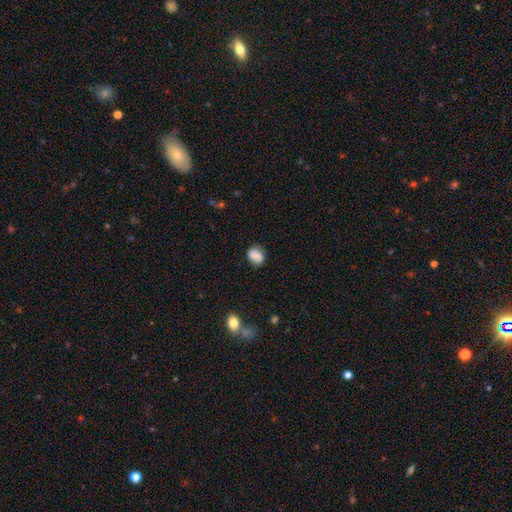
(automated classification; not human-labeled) Smooth or featured: smooth — 84% (star or artifact — 9%)
How rounded: in between — 55% (round — 43%)
Merging: none — 74% (minor disturbance — 19%)